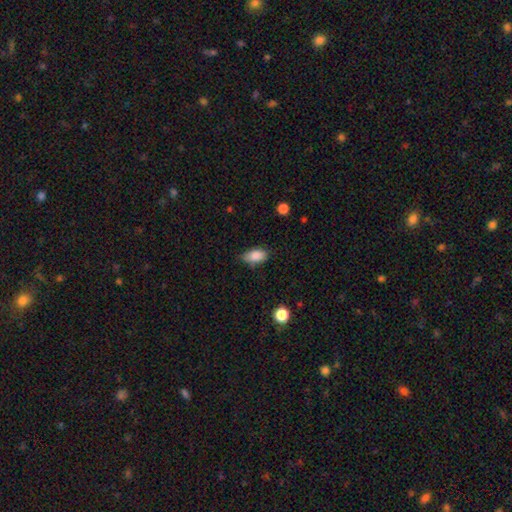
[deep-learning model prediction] Overall: smooth (87%). How rounded: in between (91%). Merging: none (69%).